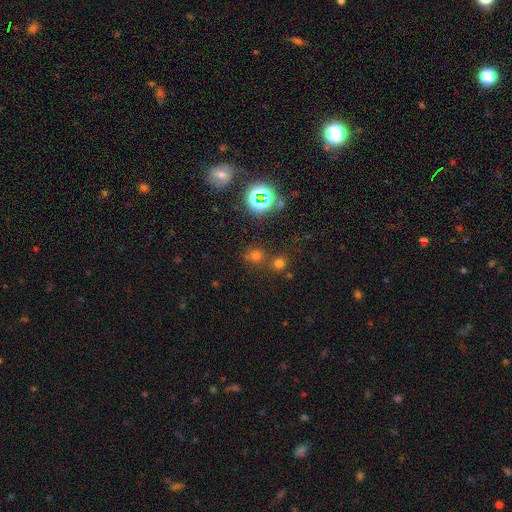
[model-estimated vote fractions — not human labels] This appears to be a smooth galaxy with no disk features (56%) that is round (86%). Merging: none (66%).